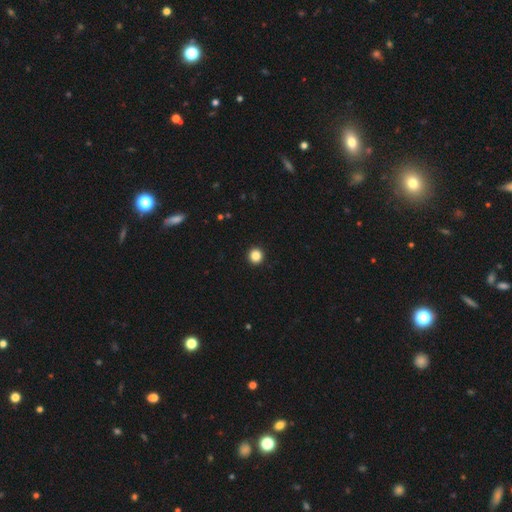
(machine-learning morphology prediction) Overall: smooth (85%). How rounded: round (95%). Merging: none (94%).